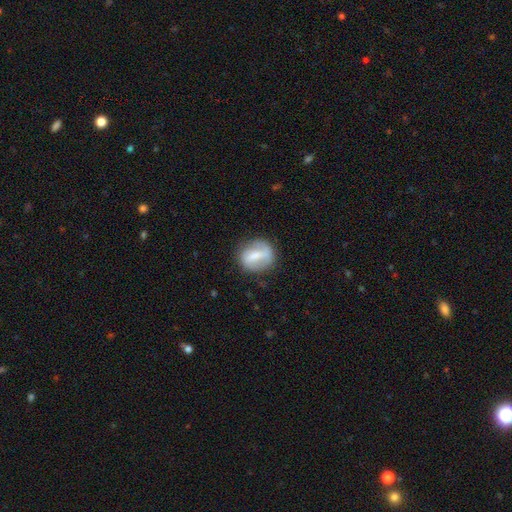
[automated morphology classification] Smooth or featured? featured or disk (53%)
Edge-on disk? no (95%)
Bar? strong (55%)
Spiral arms? yes (54%)
Bulge size? moderate (39%)
Merging? none (75%)